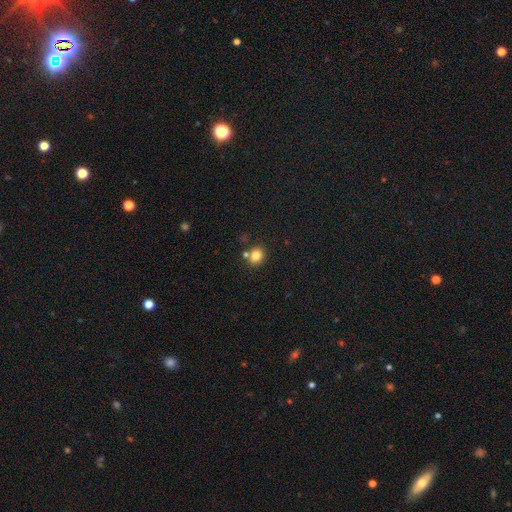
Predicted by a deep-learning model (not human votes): Smooth or featured? smooth (80%)
How rounded? round (77%)
Merging? none (70%)